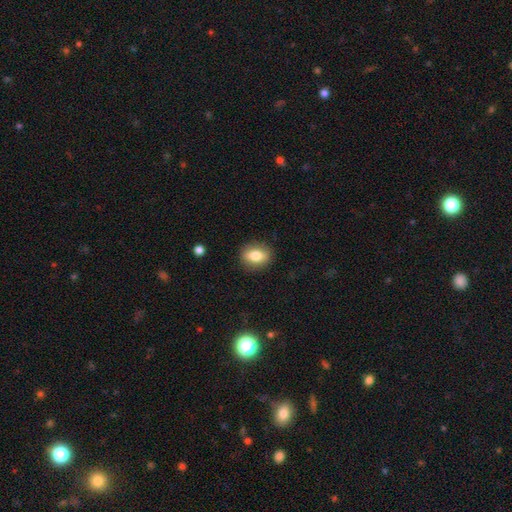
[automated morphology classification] Smooth or featured?
  - smooth: 77% *
  - featured or disk: 14%
  - star or artifact: 8%
How rounded?
  - in between: 61% *
  - round: 36%
  - cigar-shaped: 2%
Merging?
  - none: 87% *
  - minor disturbance: 9%
  - major disturbance: 3%
  - merger: 1%